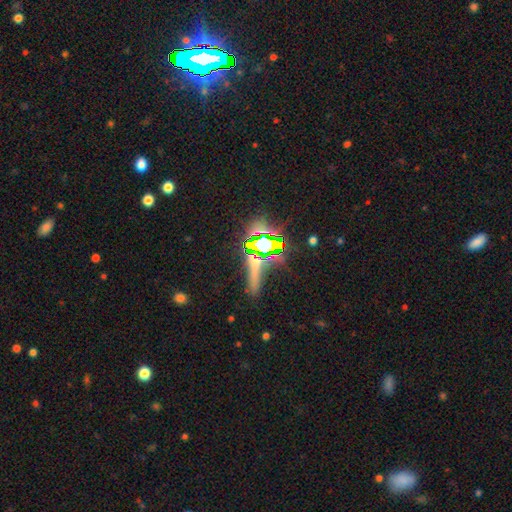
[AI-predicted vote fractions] Morphology: type=star or artifact (62%).